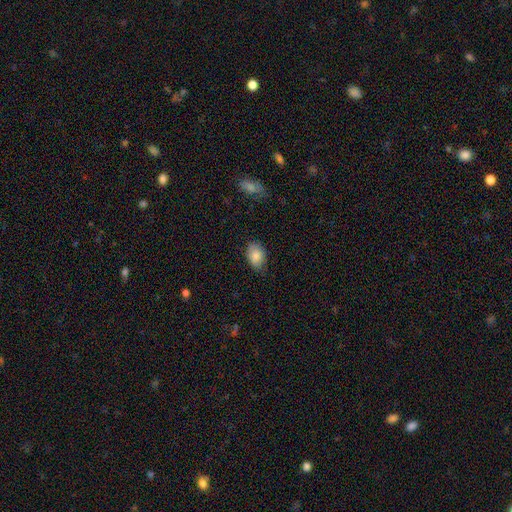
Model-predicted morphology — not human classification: smooth-or-featured: smooth: 86% | star or artifact: 7% | featured or disk: 7%
  how-rounded: in between: 85% | round: 13% | cigar-shaped: 1%
  merging: none: 75% | minor disturbance: 20% | major disturbance: 4% | merger: 1%